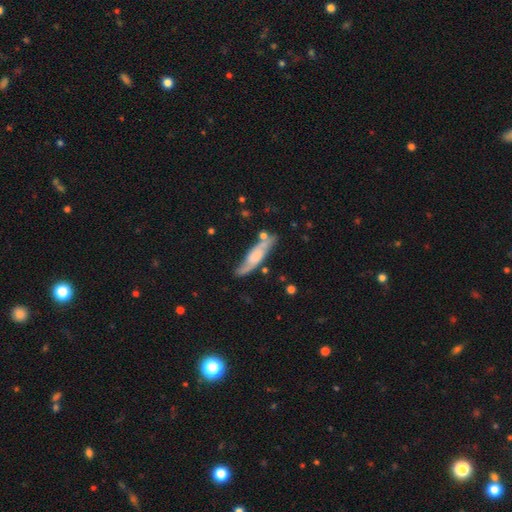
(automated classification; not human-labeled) A featured or disk galaxy (56%).

Vote fractions:
- Smooth or featured? featured or disk: 56% / smooth: 38% / star or artifact: 6%
- Edge-on disk? no: 60% / yes: 40%
- Merging? none: 69% / minor disturbance: 19% / merger: 6% / major disturbance: 5%